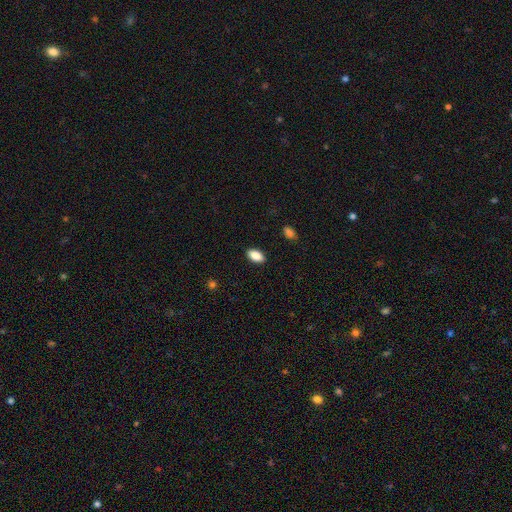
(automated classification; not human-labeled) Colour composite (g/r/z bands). It shows a smooth galaxy with no disk features (87%) that is in between round and cigar-shaped (92%). Merging: none (89%).